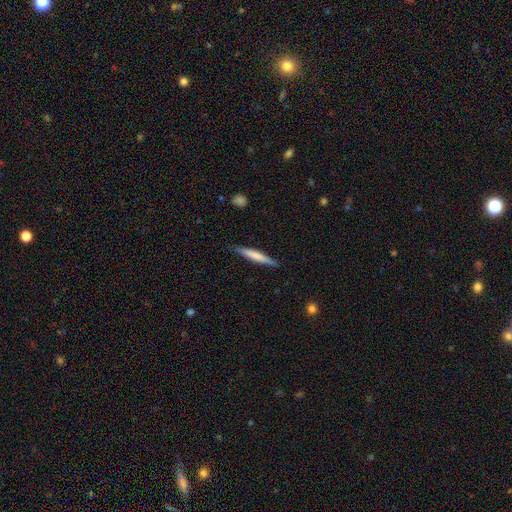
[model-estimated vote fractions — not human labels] Smooth or featured? Predicted: smooth (p=0.63). How rounded? Predicted: cigar-shaped (p=0.95). Merging? Predicted: none (p=0.88).